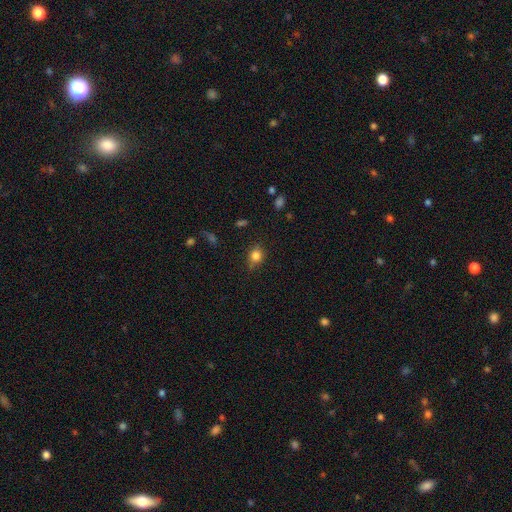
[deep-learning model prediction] A smooth galaxy with no disk features (82%) that is round (67%). Merging: none (73%).